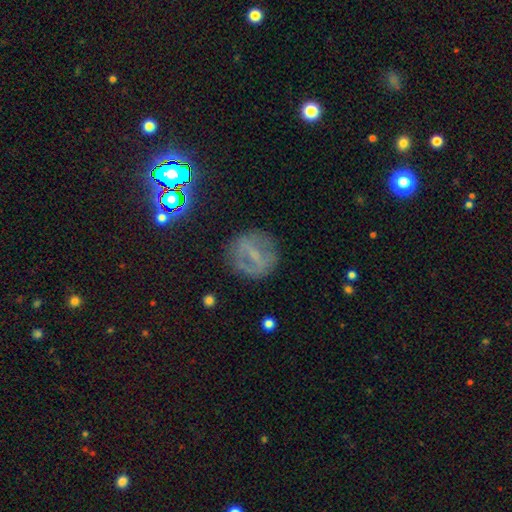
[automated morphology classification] type=featured or disk (48%); merging=none (77%).